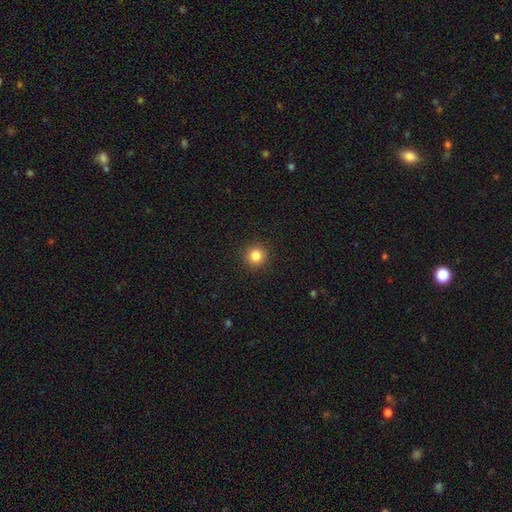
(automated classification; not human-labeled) Smooth or featured?
  - smooth: 84% *
  - star or artifact: 12%
  - featured or disk: 4%
How rounded?
  - round: 95% *
  - in between: 4%
  - cigar-shaped: 1%
Merging?
  - none: 93% *
  - minor disturbance: 5%
  - major disturbance: 2%
  - merger: 1%